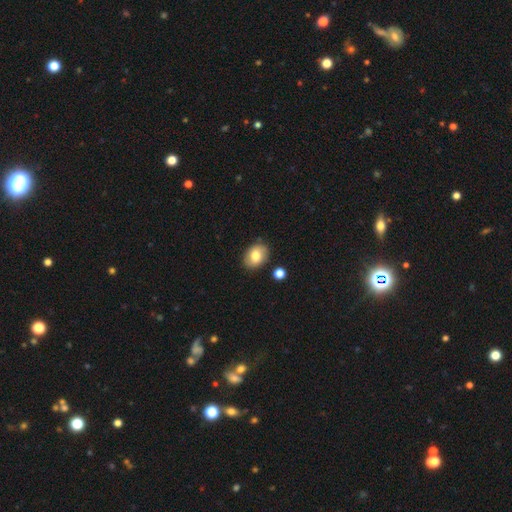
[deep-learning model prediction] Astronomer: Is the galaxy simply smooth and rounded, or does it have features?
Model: smooth — 79%.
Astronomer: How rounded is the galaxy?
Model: in between — 69%.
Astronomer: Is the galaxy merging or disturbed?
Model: none — 83%.